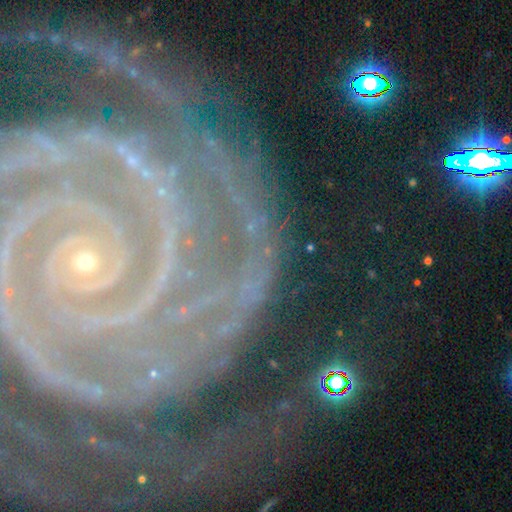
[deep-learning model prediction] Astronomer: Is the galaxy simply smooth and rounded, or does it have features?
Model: featured or disk — 73%.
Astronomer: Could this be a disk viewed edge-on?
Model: no — 94%.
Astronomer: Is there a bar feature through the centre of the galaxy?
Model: no — 46% (runner-up: strong, 28%).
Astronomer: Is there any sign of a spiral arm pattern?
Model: yes — 96%.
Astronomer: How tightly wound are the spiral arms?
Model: tight — 79%.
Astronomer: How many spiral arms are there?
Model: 2 — 25% (runner-up: can't tell, 19%).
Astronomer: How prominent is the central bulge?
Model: small — 70%.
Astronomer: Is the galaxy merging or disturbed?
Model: none — 72%.